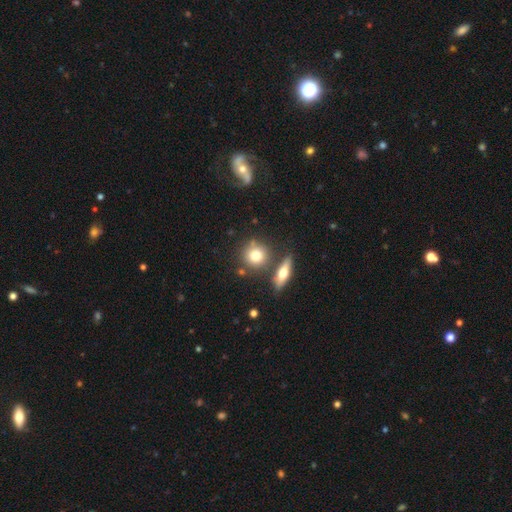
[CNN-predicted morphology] type=smooth (75%); roundness=round (82%); merging=none (69%).